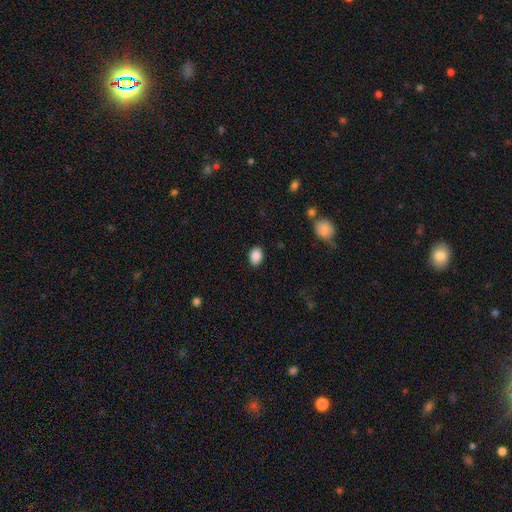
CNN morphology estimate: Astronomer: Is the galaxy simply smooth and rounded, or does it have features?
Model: smooth — 88%.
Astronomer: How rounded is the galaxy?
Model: in between — 72%.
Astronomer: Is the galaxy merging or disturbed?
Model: none — 86%.